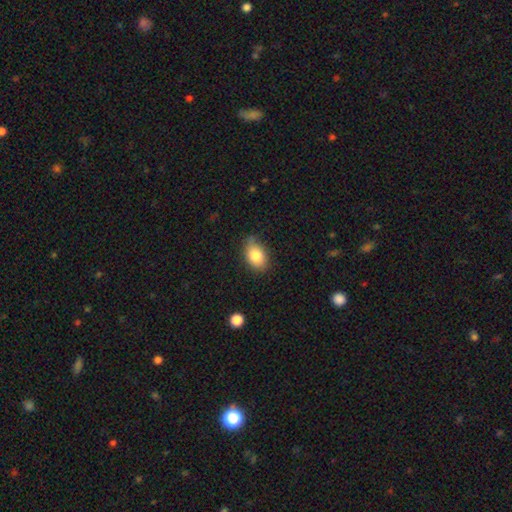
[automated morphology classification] The model was most divided on "merging": none: 69%, minor disturbance: 24%, major disturbance: 4%, merger: 2%. More confident: smooth or featured — smooth (82%); how rounded — in between (80%).